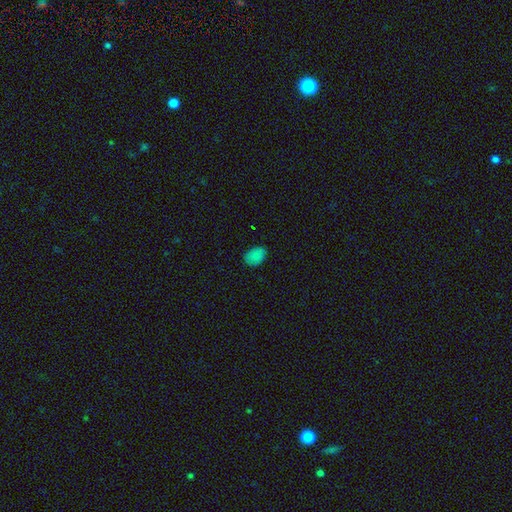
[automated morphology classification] A smooth galaxy with no disk features (83%) that is in between round and cigar-shaped (80%). Merging: none (84%).